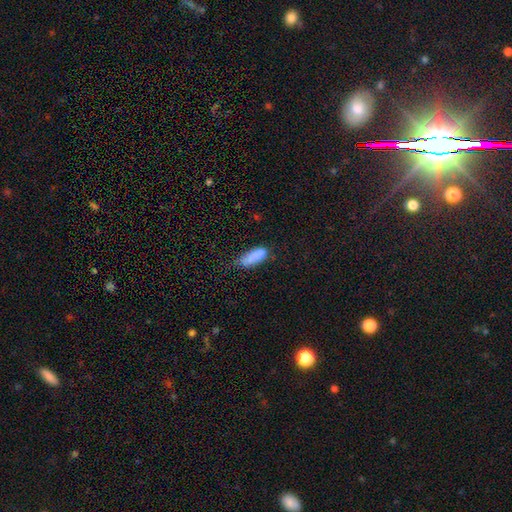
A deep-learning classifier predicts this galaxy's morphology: Q: Smooth or featured?
A: smooth (83%); runner-up: featured or disk (9%)
Q: How rounded?
A: in between (72%); runner-up: cigar-shaped (25%)
Q: Merging?
A: none (45%); runner-up: minor disturbance (37%)